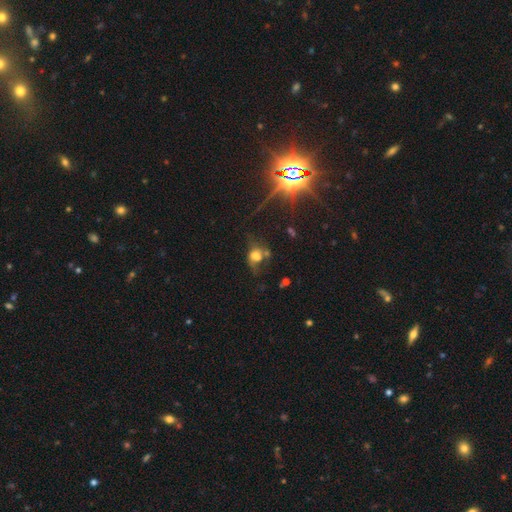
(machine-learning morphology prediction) Smooth or featured: smooth — 50% (featured or disk — 28%)
How rounded: in between — 56% (round — 42%)
Merging: none — 30% (major disturbance — 28%)